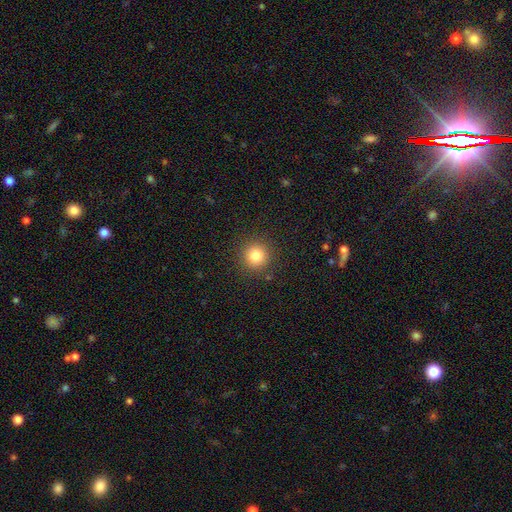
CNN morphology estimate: Q: Smooth or featured?
A: smooth (82%); runner-up: star or artifact (12%)
Q: How rounded?
A: round (95%); runner-up: in between (4%)
Q: Merging?
A: none (90%); runner-up: minor disturbance (6%)